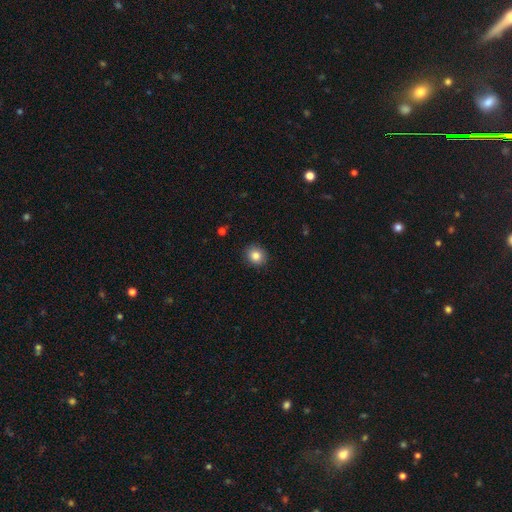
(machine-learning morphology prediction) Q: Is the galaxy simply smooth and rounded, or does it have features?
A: smooth — 85%.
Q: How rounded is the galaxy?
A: round — 79%.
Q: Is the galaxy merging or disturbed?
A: none — 90%.